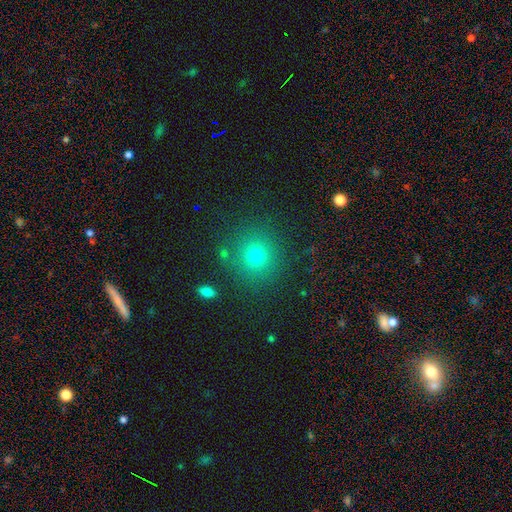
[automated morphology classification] smooth_or_featured: smooth (p=0.75) [alt: star or artifact p=0.17]
how_rounded: round (p=0.90) [alt: in between p=0.09]
merging: none (p=0.86) [alt: minor disturbance p=0.08]